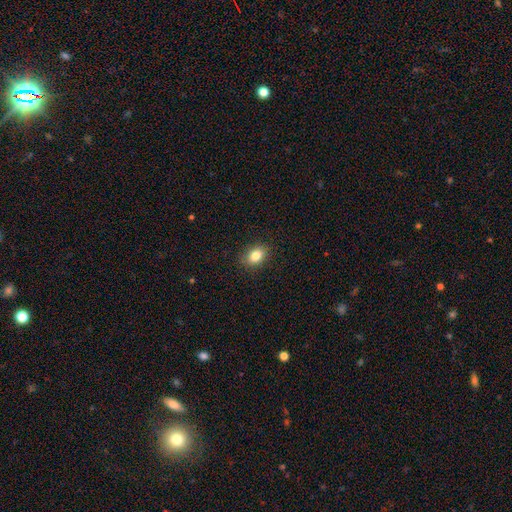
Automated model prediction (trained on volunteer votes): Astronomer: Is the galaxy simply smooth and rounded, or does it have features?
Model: smooth — 83%.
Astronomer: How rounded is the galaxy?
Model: in between — 73%.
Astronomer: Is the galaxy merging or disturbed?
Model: none — 87%.